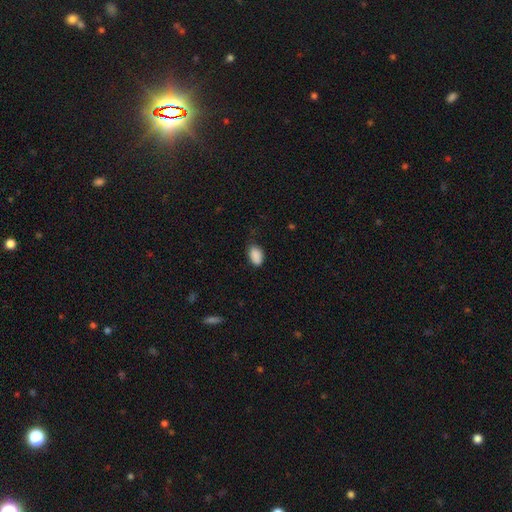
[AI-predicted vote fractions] Smooth or featured?
  - smooth: 89% *
  - star or artifact: 8%
  - featured or disk: 4%
How rounded?
  - in between: 90% *
  - round: 9%
  - cigar-shaped: 1%
Merging?
  - none: 68% *
  - minor disturbance: 26%
  - major disturbance: 5%
  - merger: 1%